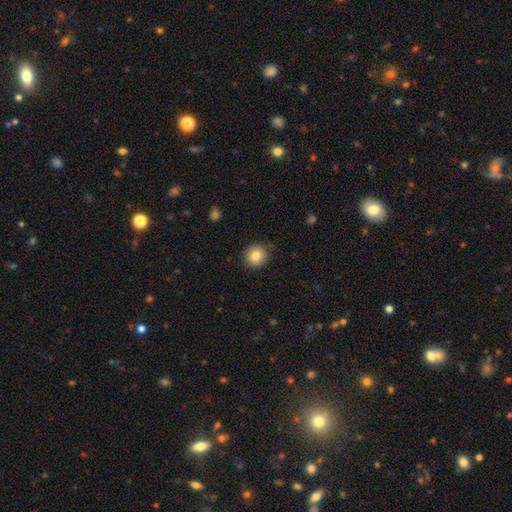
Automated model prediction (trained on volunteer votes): Overall: smooth (83%). How rounded: round (92%). Merging: none (88%).